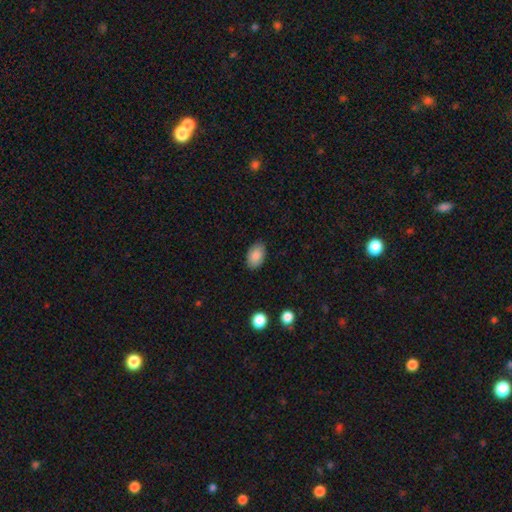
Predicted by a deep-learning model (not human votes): A smooth galaxy with no disk features (88%) that is in between round and cigar-shaped (89%). Merging: none (84%).